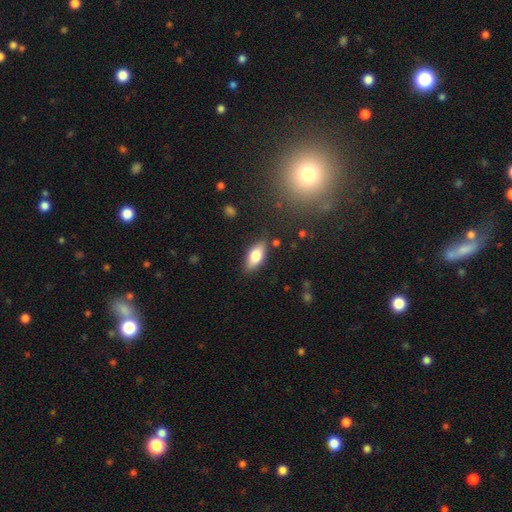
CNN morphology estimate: type=smooth (73%); roundness=in between (84%); merging=none (84%).